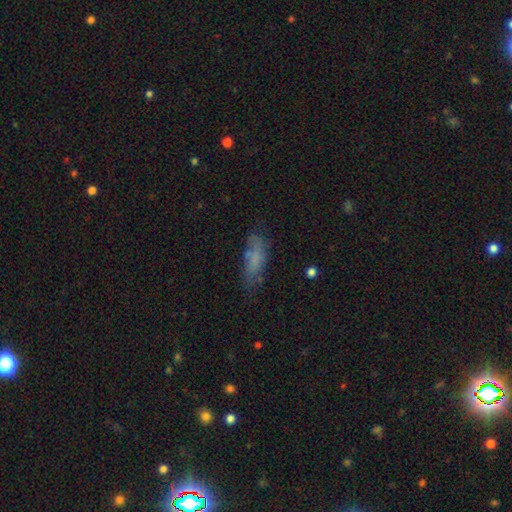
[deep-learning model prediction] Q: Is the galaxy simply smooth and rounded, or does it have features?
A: smooth — 65%.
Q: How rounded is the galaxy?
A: in between — 60%.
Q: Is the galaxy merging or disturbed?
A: none — 54%.